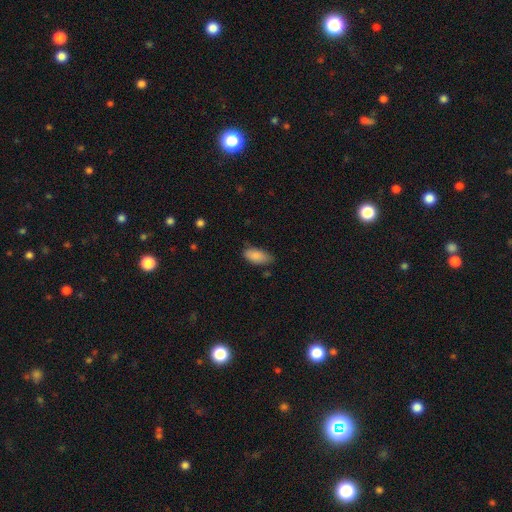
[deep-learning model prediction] Smooth or featured? Predicted: smooth (p=0.88). How rounded? Predicted: in between (p=0.91). Merging? Predicted: none (p=0.66).